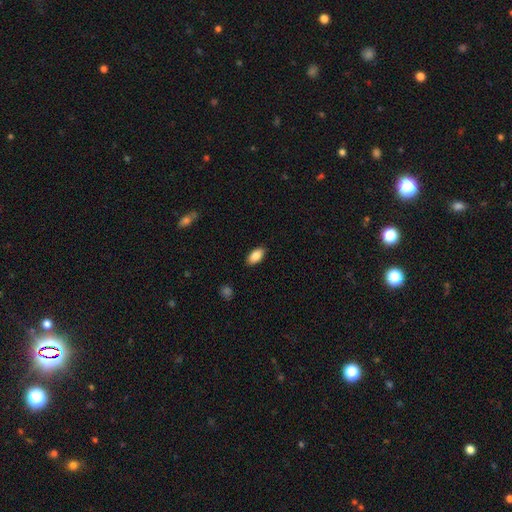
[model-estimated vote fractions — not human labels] This is clearly a smooth galaxy (87%). How rounded: clearly in between (93%). Merging: clearly none (88%).